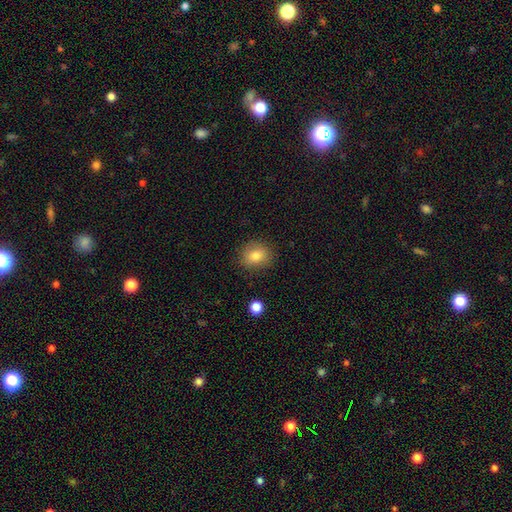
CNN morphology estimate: A smooth galaxy with no disk features (80%) that is round (66%). Merging: none (85%).